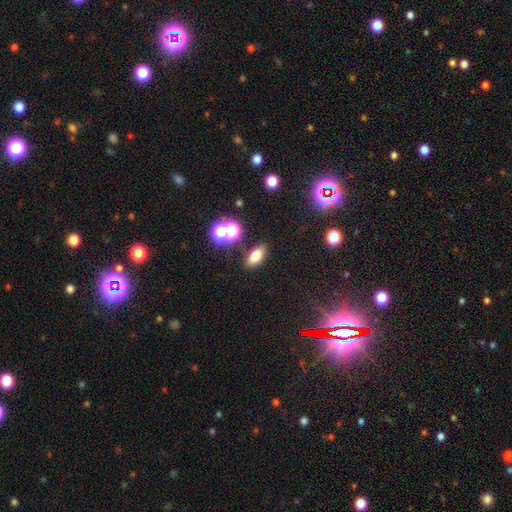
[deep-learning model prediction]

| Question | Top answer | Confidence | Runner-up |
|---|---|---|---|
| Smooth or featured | smooth | 70% | star or artifact (17%) |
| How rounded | in between | 77% | cigar-shaped (12%) |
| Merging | none | 81% | minor disturbance (10%) |